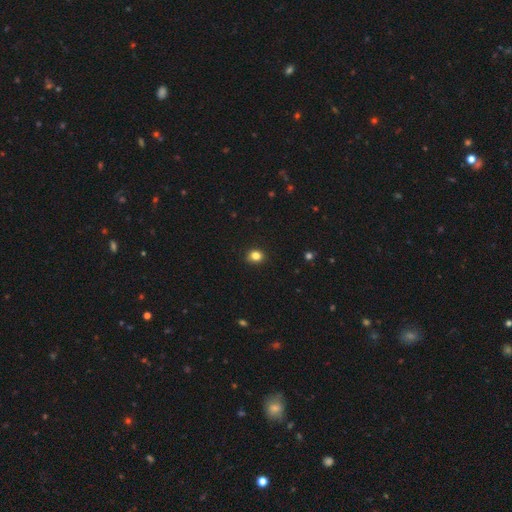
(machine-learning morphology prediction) The model was most divided on "how rounded": round: 73%, in between: 27%, cigar-shaped: 1%. More confident: merging — none (90%); smooth or featured — smooth (83%).